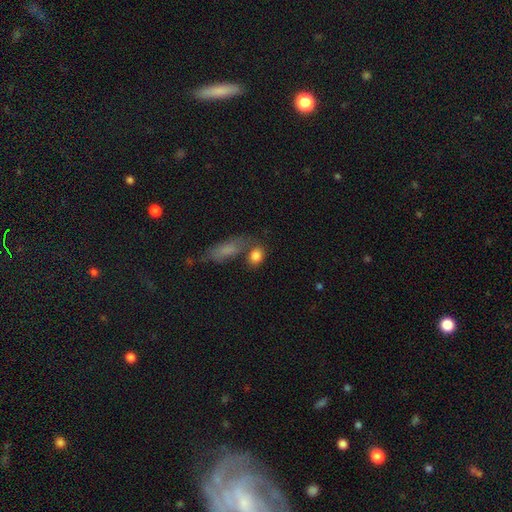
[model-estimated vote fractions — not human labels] The model was most divided on "how rounded": in between: 57%, round: 39%, cigar-shaped: 4%. More confident: smooth or featured — smooth (84%); merging — none (54%).